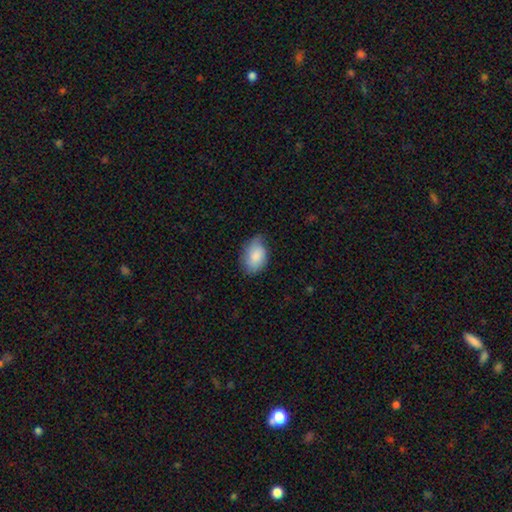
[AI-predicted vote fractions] smooth_or_featured: smooth (p=0.86) [alt: featured or disk p=0.08]
how_rounded: in between (p=0.90) [alt: round p=0.09]
merging: none (p=0.67) [alt: minor disturbance p=0.27]